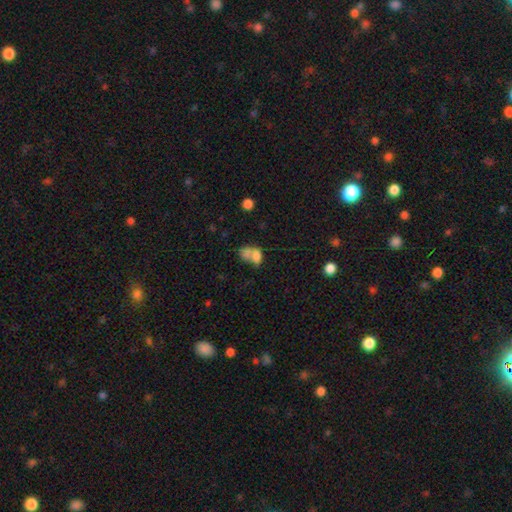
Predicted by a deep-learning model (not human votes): Smooth or featured: smooth — 68% (featured or disk — 18%)
How rounded: in between — 63% (round — 35%)
Merging: merger — 64% (none — 20%)